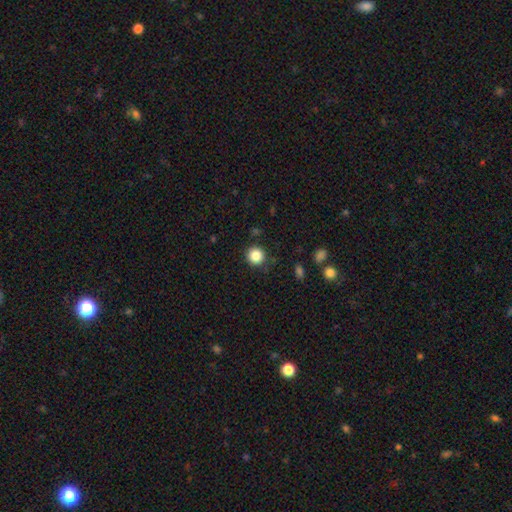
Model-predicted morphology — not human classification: The model was most divided on "smooth or featured": smooth: 86%, star or artifact: 10%, featured or disk: 4%. More confident: how rounded — round (93%); merging — none (88%).